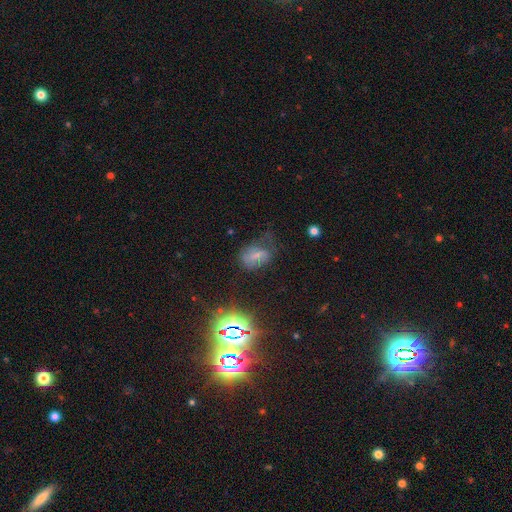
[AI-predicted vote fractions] A smooth galaxy with no disk features (55%) that is in between round and cigar-shaped (83%). Merging: none (39%).